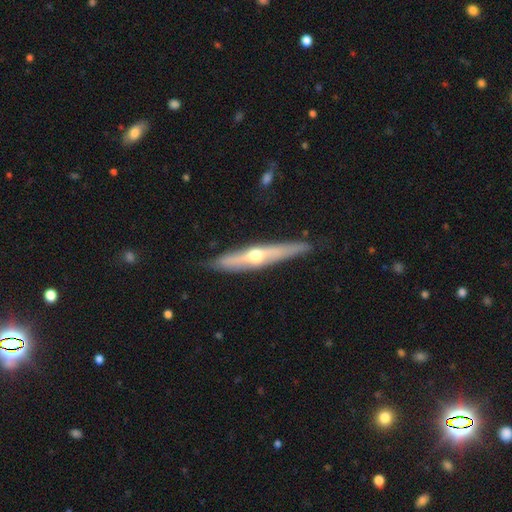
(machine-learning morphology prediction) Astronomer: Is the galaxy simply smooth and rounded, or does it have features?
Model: featured or disk — 66%.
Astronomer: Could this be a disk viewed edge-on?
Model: yes — 92%.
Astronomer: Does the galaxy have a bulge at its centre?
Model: rounded — 91%.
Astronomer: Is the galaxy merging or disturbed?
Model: none — 85%.